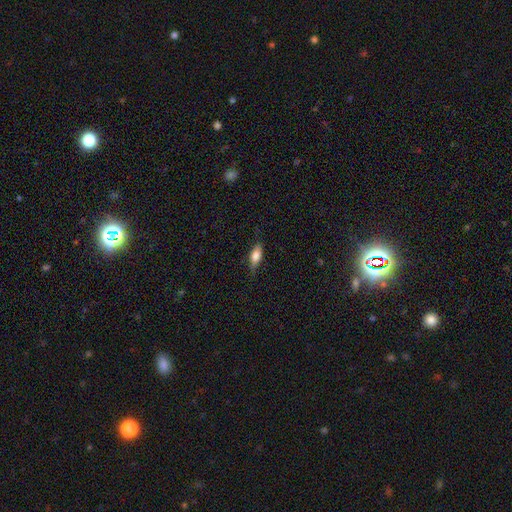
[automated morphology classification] smooth_or_featured: smooth (p=0.66) [alt: featured or disk p=0.26]
how_rounded: in between (p=0.70) [alt: cigar-shaped p=0.26]
merging: none (p=0.75) [alt: minor disturbance p=0.19]